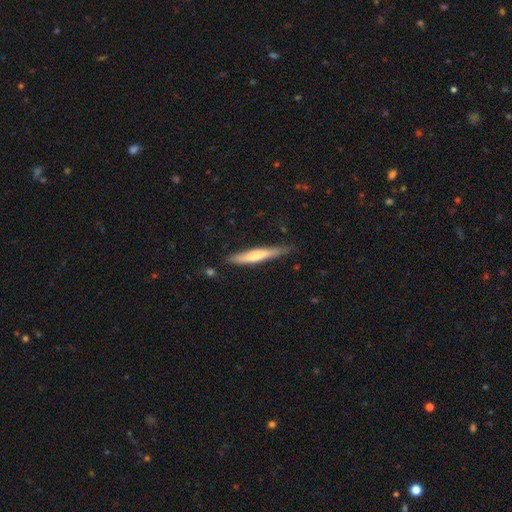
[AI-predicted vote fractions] Smooth or featured? Predicted: smooth (p=0.58). How rounded? Predicted: cigar-shaped (p=0.92). Merging? Predicted: none (p=0.77).